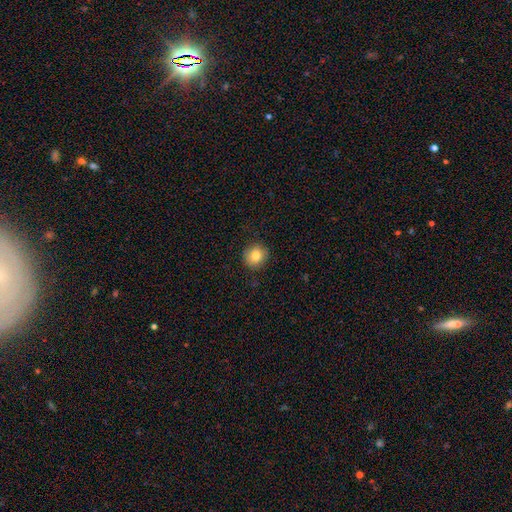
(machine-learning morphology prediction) smooth-or-featured: smooth: 81% | star or artifact: 10% | featured or disk: 9%
  how-rounded: round: 91% | in between: 8% | cigar-shaped: 1%
  merging: none: 90% | minor disturbance: 7% | major disturbance: 2% | merger: 1%